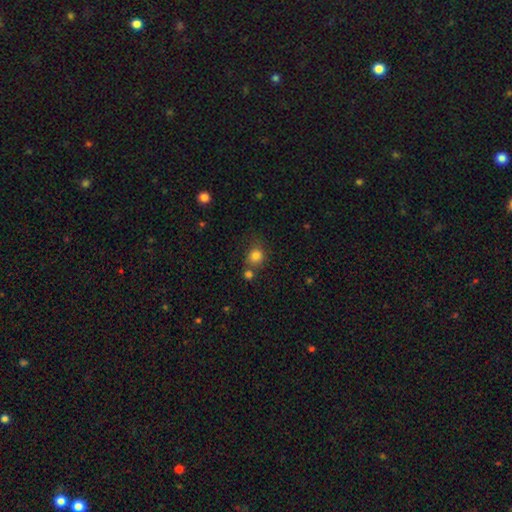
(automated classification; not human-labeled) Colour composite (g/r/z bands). It shows a smooth galaxy with no disk features (82%) that is round (74%). Merging: none (60%).